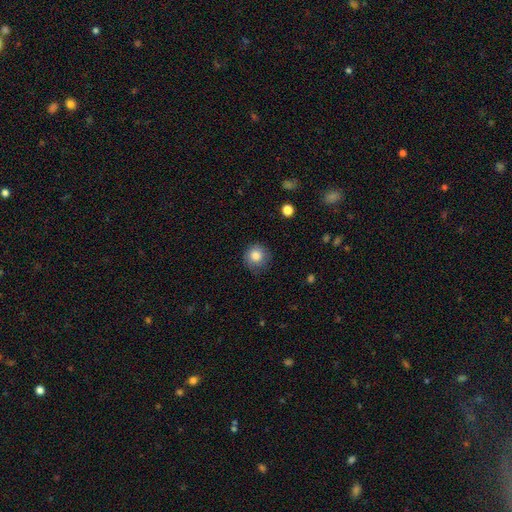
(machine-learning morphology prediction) This appears to be a smooth galaxy with no disk features (83%) that is round (92%). Merging: none (82%).